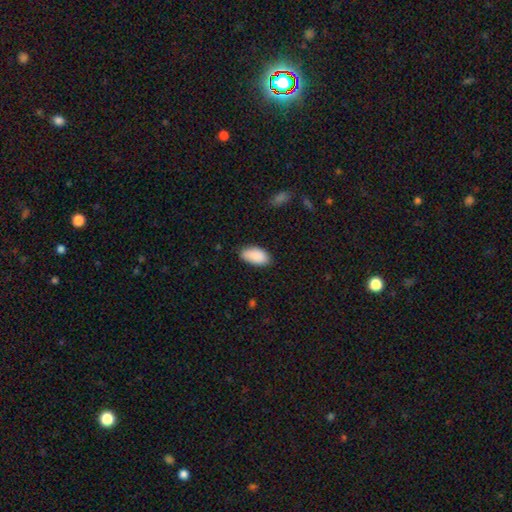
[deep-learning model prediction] Overall: smooth (90%). How rounded: in between (95%). Merging: none (78%).